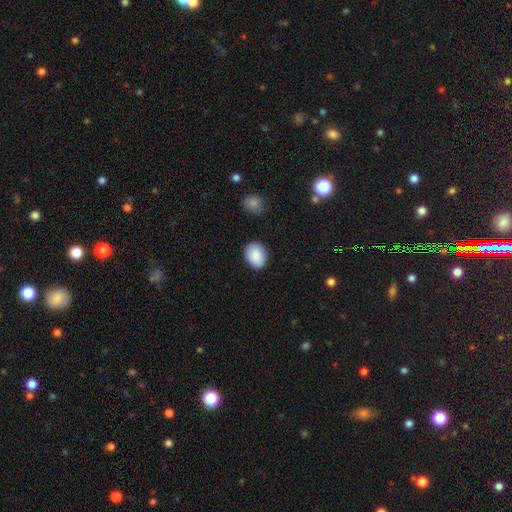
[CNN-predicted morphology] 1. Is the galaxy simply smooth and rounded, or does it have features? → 88% smooth, 7% star or artifact, 5% featured or disk.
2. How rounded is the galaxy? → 63% in between, 36% round, 1% cigar-shaped.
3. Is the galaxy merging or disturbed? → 83% none, 13% minor disturbance, 3% major disturbance, 2% merger.